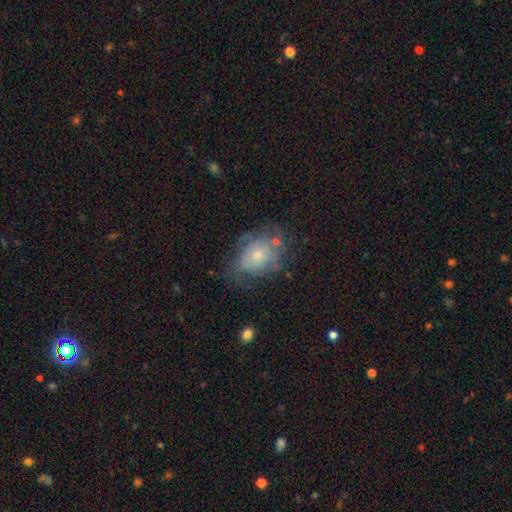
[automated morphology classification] type=smooth (53%); roundness=in between (71%); merging=none (48%).